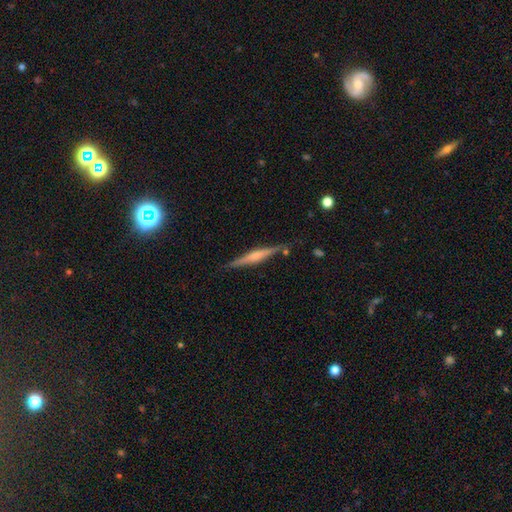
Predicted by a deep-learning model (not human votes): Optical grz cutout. It shows a featured or disk galaxy (63%) viewed edge-on (97%) with a rounded central bulge (60%). Merging: none (86%).